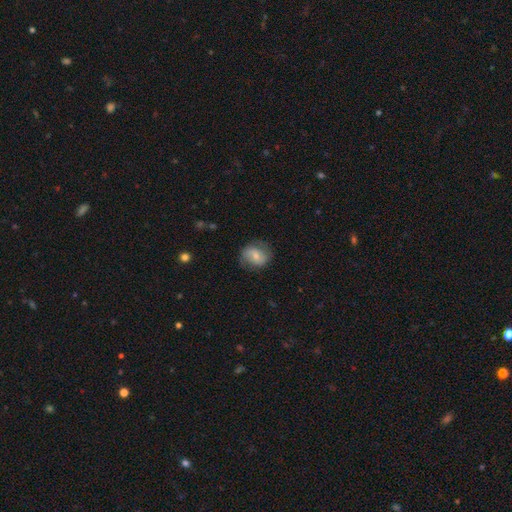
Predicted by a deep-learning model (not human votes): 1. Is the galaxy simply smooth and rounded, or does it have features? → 52% smooth, 41% featured or disk, 7% star or artifact.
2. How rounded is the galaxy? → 58% round, 41% in between, 1% cigar-shaped.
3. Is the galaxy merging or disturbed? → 69% none, 21% minor disturbance, 9% major disturbance, 1% merger.